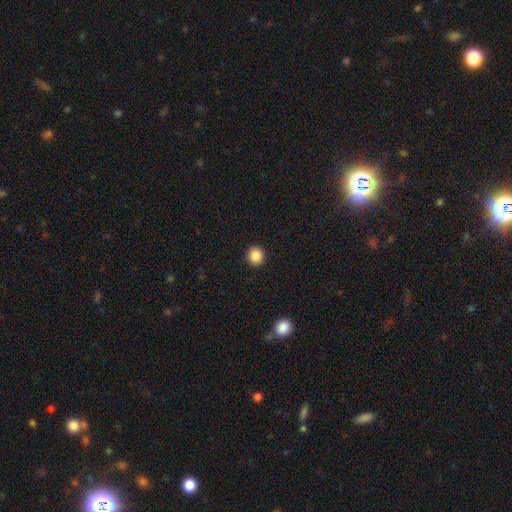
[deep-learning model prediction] A smooth galaxy with no disk features (87%) that is round (85%). Merging: none (93%).